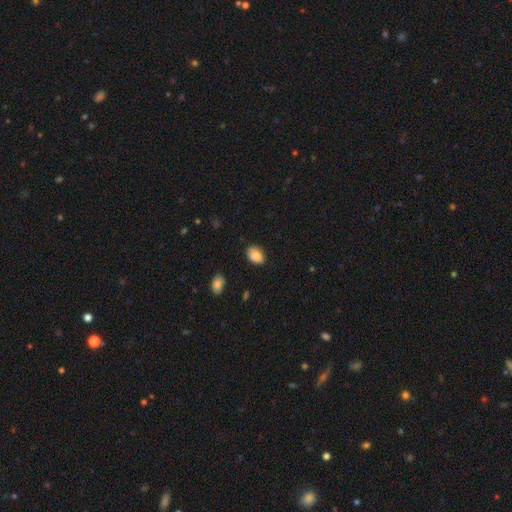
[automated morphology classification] Smooth or featured? Predicted: smooth (p=0.84). How rounded? Predicted: in between (p=0.87). Merging? Predicted: none (p=0.79).